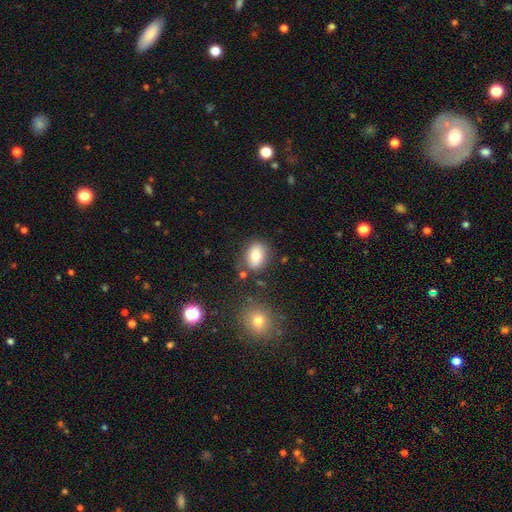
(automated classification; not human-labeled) The model was most divided on "how rounded": in between: 72%, round: 26%, cigar-shaped: 2%. More confident: smooth or featured — smooth (79%); merging — none (76%).